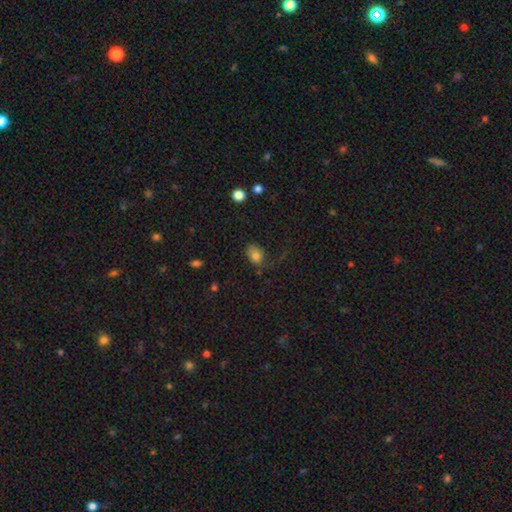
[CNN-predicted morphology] A smooth galaxy with no disk features (78%) that is in between round and cigar-shaped (73%).

Vote fractions:
- Smooth or featured? smooth: 78% / featured or disk: 12% / star or artifact: 10%
- How rounded? in between: 73% / round: 26% / cigar-shaped: 1%
- Merging? none: 45% / major disturbance: 29% / minor disturbance: 23% / merger: 4%